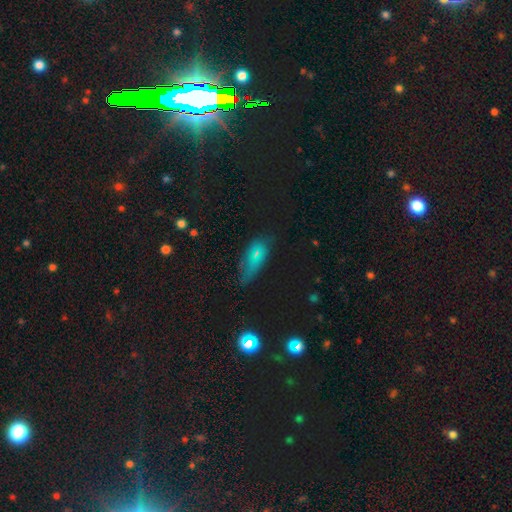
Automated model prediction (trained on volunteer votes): Morphology: type=smooth (51%); roundness=in between (80%); merging=none (60%).